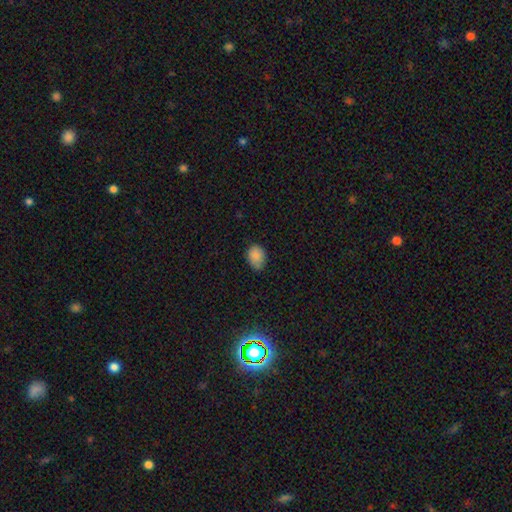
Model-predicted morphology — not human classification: smooth 86%, star or artifact 9%, featured or disk 4%. Down the decision tree: how rounded — in between (62%); merging — none (66%).